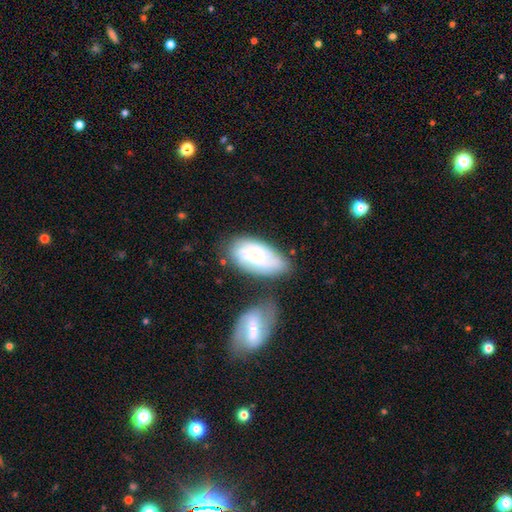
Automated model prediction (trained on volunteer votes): Morphology: type=featured or disk (55%); edge-on=no (92%); bar=no (73%); spiral arms=yes (70%); bulge=small (62%); merging=none (45%).